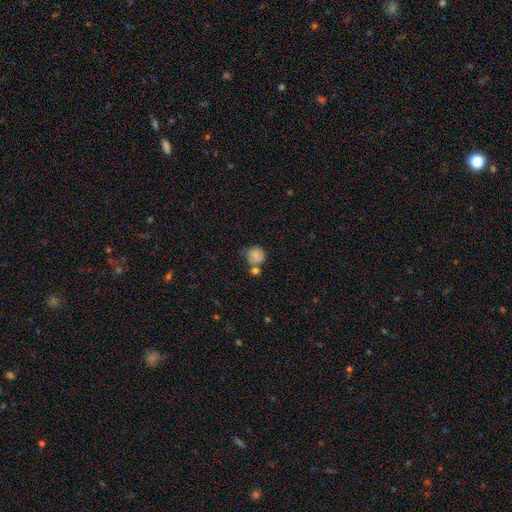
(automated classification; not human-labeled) Smooth or featured? Predicted: smooth (p=0.83). How rounded? Predicted: round (p=0.85). Merging? Predicted: none (p=0.51).